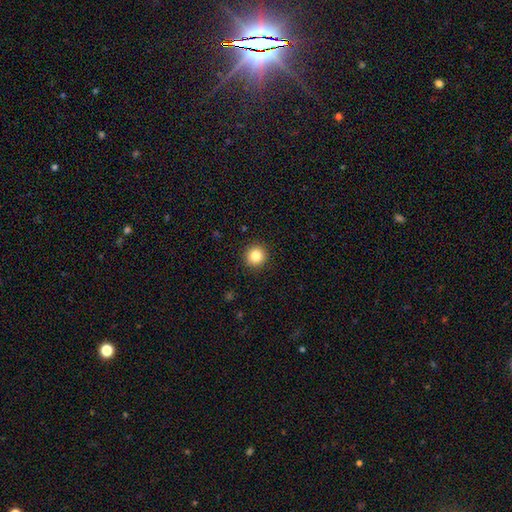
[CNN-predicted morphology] type=smooth (85%); roundness=round (94%); merging=none (92%).